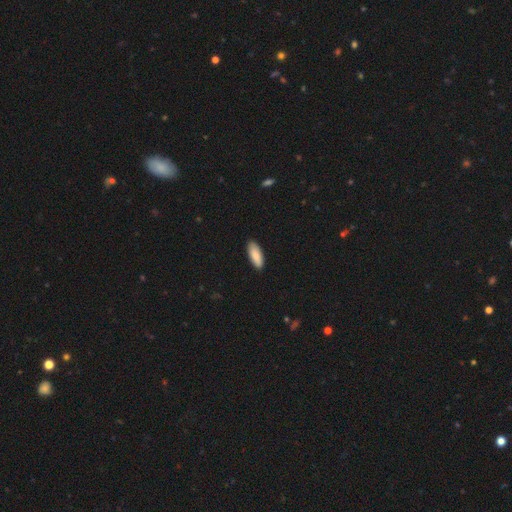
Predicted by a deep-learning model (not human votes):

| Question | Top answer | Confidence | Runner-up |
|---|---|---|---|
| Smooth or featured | smooth | 88% | featured or disk (7%) |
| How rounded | in between | 73% | cigar-shaped (25%) |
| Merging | none | 89% | minor disturbance (8%) |